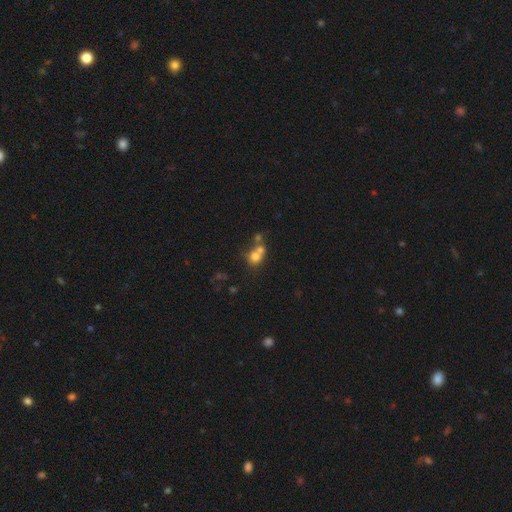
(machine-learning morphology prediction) This is likely a smooth galaxy (68%). How rounded: likely round (78%). Merging: possibly merger (53%).